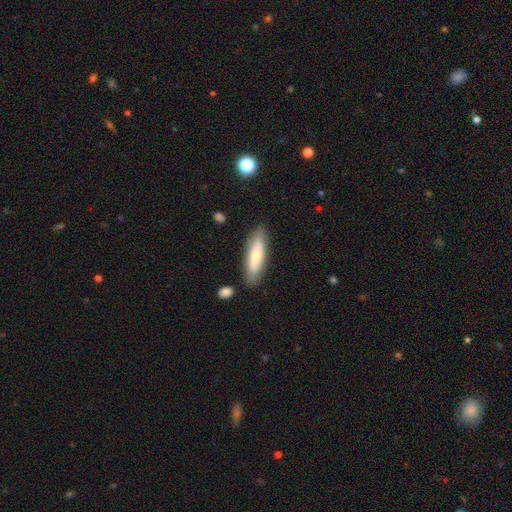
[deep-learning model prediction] smooth_or_featured: smooth (p=0.67) [alt: featured or disk p=0.27]
how_rounded: cigar-shaped (p=0.59) [alt: in between p=0.40]
merging: none (p=0.82) [alt: minor disturbance p=0.13]